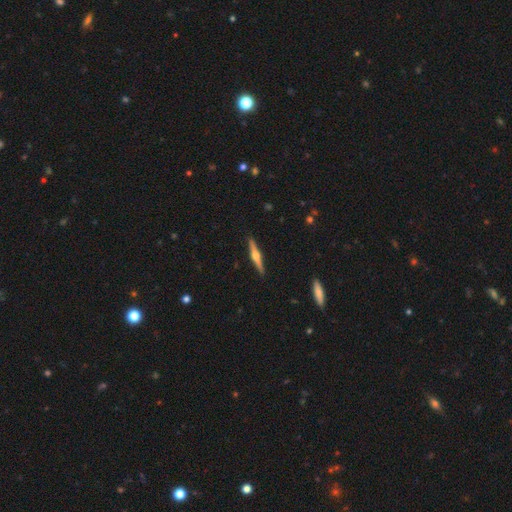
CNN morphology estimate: Overall: featured or disk (73%). Edge-on disk: yes (98%). Edge-on bulge: rounded (92%). Merging: none (91%).